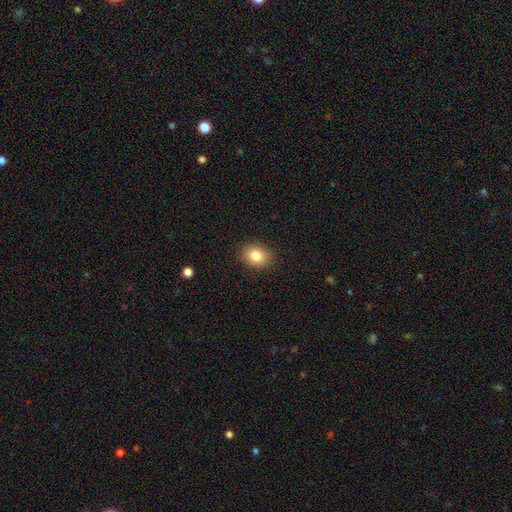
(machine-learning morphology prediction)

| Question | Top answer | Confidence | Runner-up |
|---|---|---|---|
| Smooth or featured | smooth | 83% | star or artifact (9%) |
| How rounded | in between | 50% | round (49%) |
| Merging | none | 89% | minor disturbance (8%) |